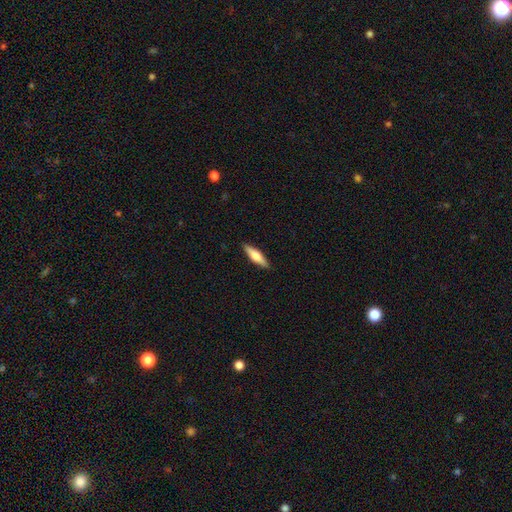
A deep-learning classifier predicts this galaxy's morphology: Smooth or featured? smooth (55%)
How rounded? cigar-shaped (71%)
Merging? none (90%)